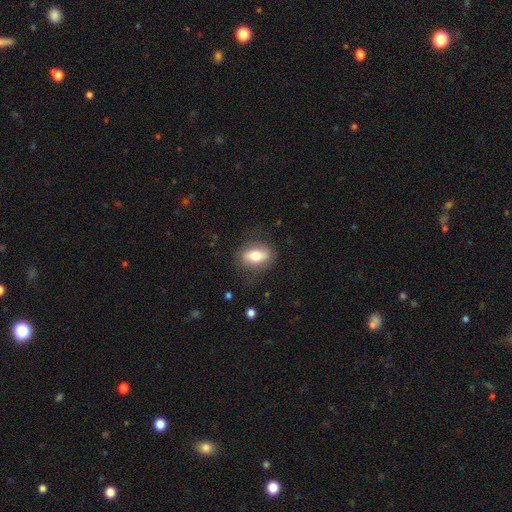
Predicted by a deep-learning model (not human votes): Smooth or featured: smooth — 68% (featured or disk — 25%)
How rounded: in between — 83% (round — 13%)
Merging: none — 77% (minor disturbance — 16%)